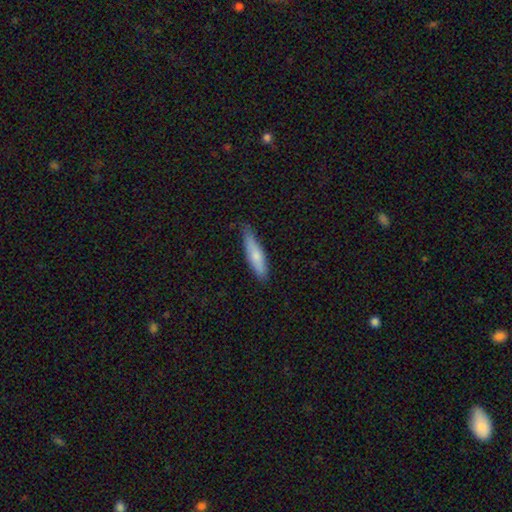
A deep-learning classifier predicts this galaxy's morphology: This is likely a smooth galaxy (70%). How rounded: likely cigar-shaped (78%). Merging: likely none (77%).